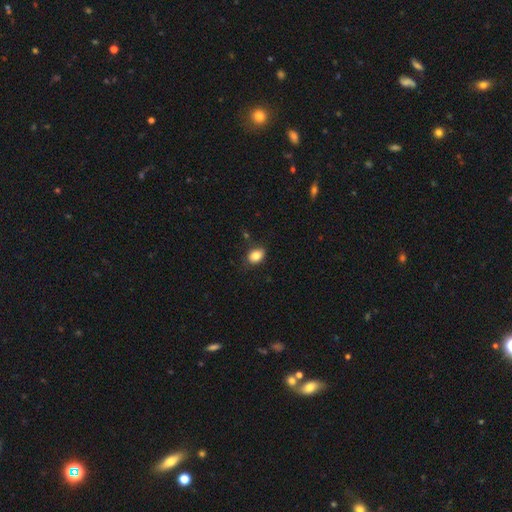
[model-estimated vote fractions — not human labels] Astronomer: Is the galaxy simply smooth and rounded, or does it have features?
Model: smooth — 85%.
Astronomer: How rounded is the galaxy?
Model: in between — 76%.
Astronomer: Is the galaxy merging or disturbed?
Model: none — 79%.